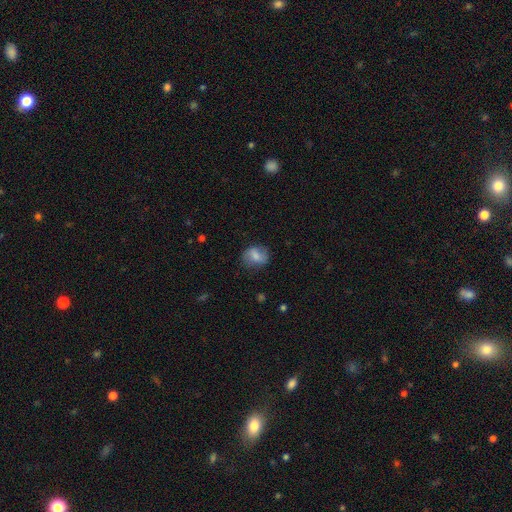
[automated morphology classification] type=smooth (70%); roundness=in between (50%); merging=none (71%).